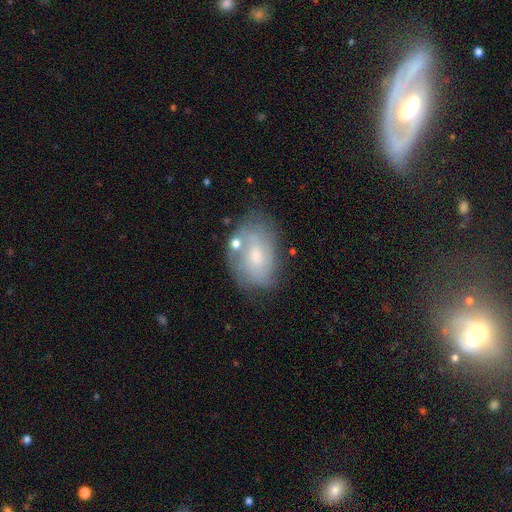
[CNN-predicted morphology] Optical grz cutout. It shows a featured or disk galaxy (55%) with no bar (59%), spiral arms (71%) and a moderate central bulge (47%). Merging: none (60%).